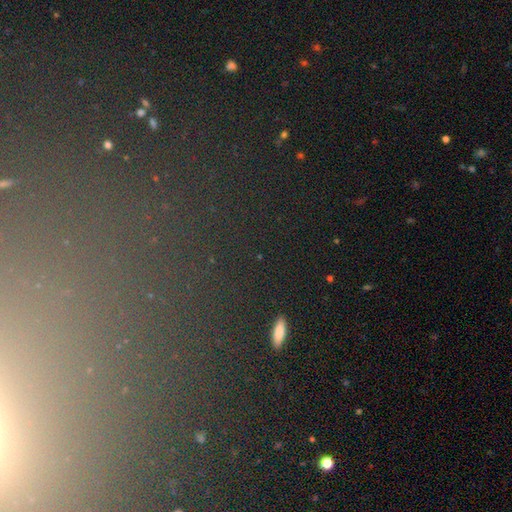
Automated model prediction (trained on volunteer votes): Morphology: type=star or artifact (71%).